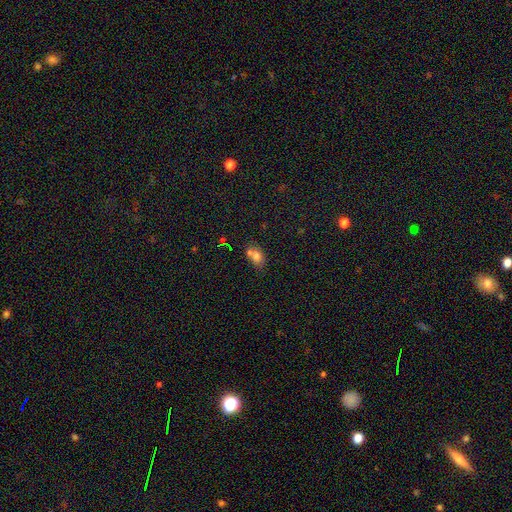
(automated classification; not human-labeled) This appears to be a smooth galaxy with no disk features (73%) that is in between round and cigar-shaped (64%). Merging: merger (43%).